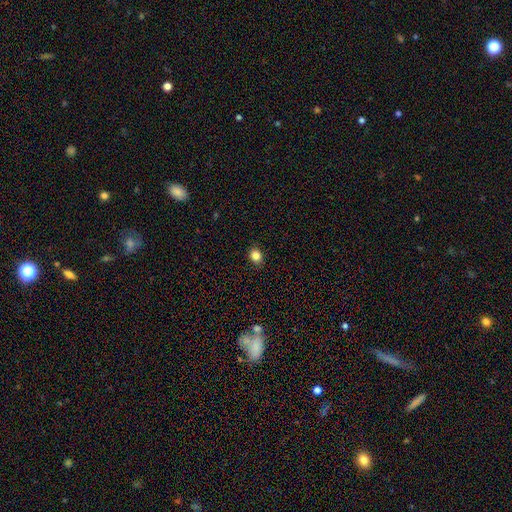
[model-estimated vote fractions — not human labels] A smooth galaxy with no disk features (84%) that is round (60%).

Vote fractions:
- Smooth or featured? smooth: 84% / star or artifact: 11% / featured or disk: 5%
- How rounded? round: 60% / in between: 39% / cigar-shaped: 1%
- Merging? none: 90% / minor disturbance: 7% / major disturbance: 2% / merger: 1%